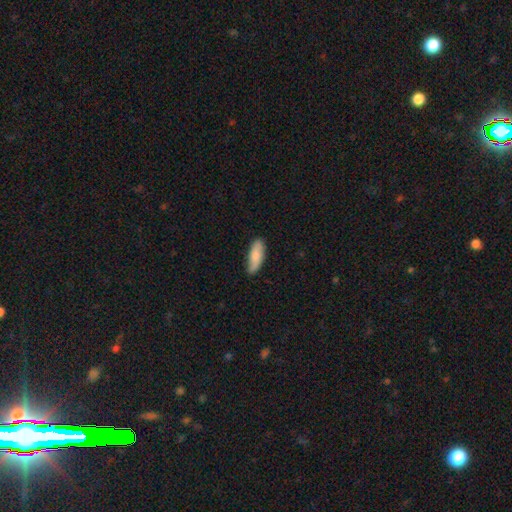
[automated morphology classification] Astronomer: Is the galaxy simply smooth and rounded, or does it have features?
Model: smooth — 79%.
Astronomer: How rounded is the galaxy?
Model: in between — 64%.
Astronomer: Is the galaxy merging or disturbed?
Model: none — 78%.